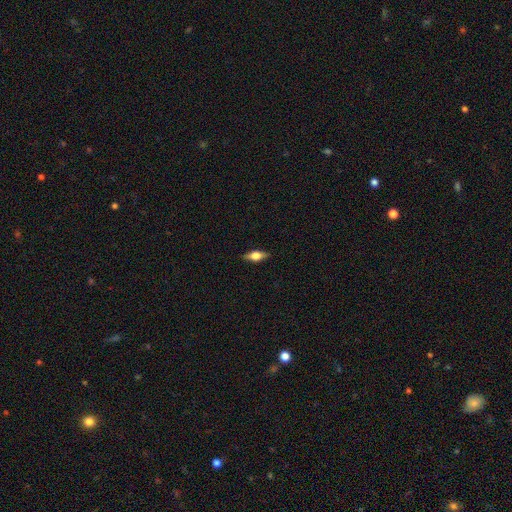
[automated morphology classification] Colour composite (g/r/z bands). It shows a smooth galaxy with no disk features (46%, tied with featured or disk). Merging: none (88%).